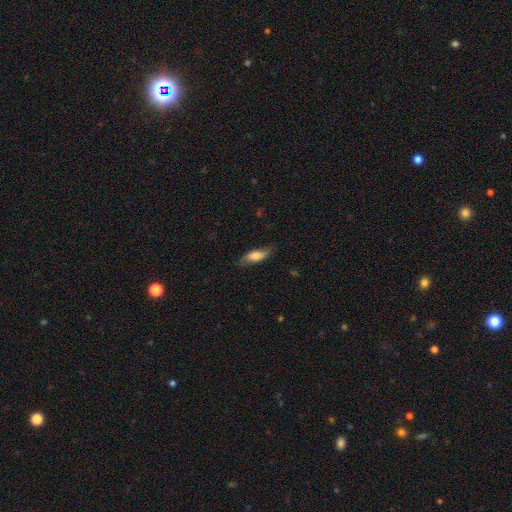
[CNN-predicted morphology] This appears to be a smooth galaxy with no disk features (69%) that is in between round and cigar-shaped (66%). Merging: none (74%).